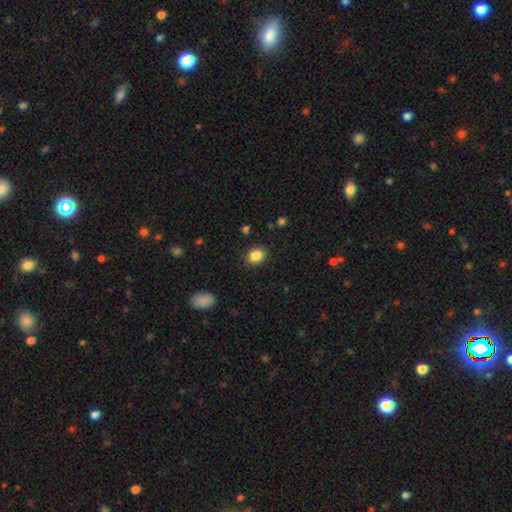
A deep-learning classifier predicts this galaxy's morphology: A smooth galaxy with no disk features (86%) that is round (65%). Merging: none (89%).